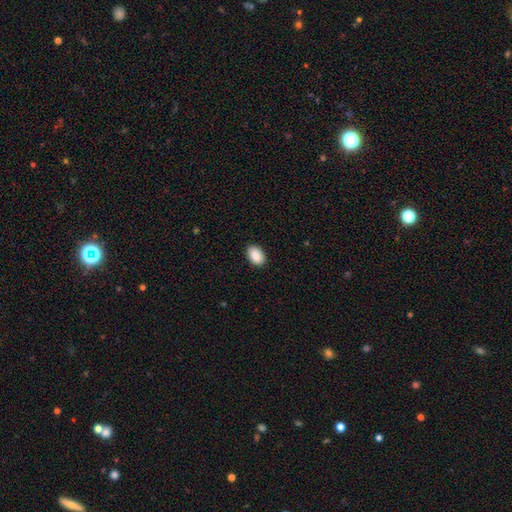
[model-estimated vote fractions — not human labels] This is clearly a smooth galaxy (89%). How rounded: clearly in between (89%). Merging: clearly none (89%).